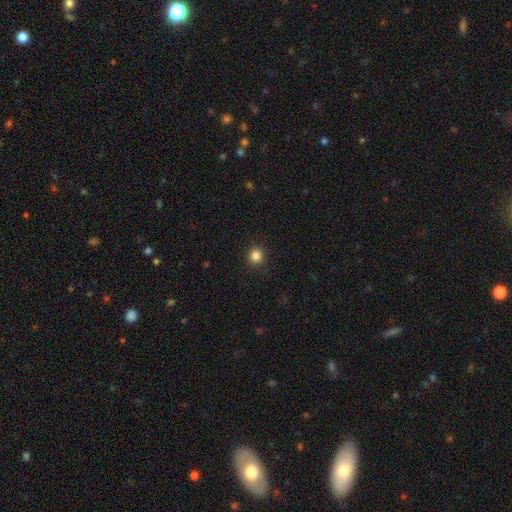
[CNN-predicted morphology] type=smooth (84%); roundness=round (92%); merging=none (91%).